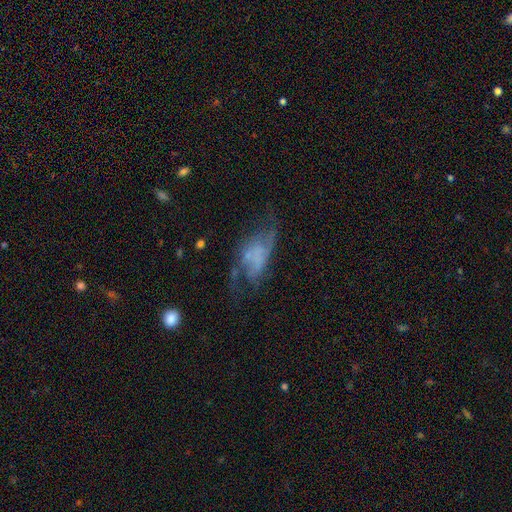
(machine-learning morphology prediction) Smooth or featured?
  - featured or disk: 61% *
  - smooth: 28%
  - star or artifact: 12%
Edge-on disk?
  - no: 93% *
  - yes: 7%
Bar?
  - no: 74% *
  - weak: 19%
  - strong: 6%
Spiral arms?
  - yes: 57% *
  - no: 43%
Bulge size?
  - none: 71% *
  - small: 15%
  - moderate: 7%
  - large: 5%
  - dominant: 2%
Merging?
  - major disturbance: 40% *
  - none: 32%
  - minor disturbance: 22%
  - merger: 6%